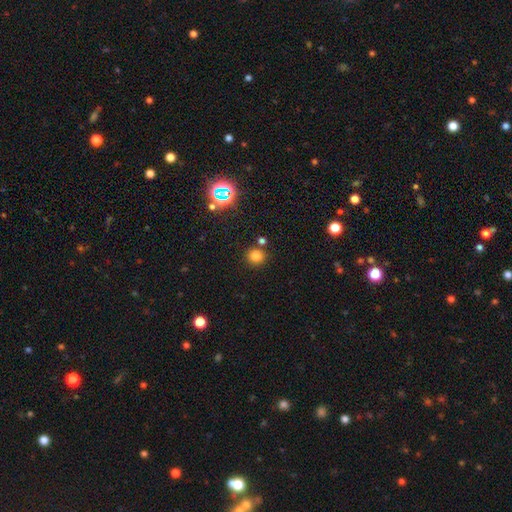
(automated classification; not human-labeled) Smooth or featured? Predicted: smooth (p=0.77). How rounded? Predicted: round (p=0.92). Merging? Predicted: none (p=0.80).